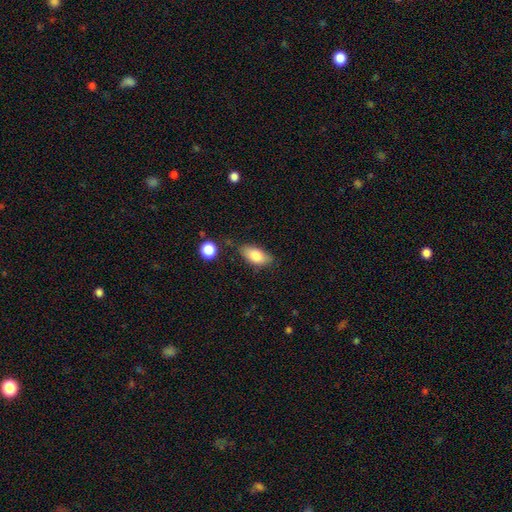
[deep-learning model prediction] smooth 81%, featured or disk 12%, star or artifact 7%. Down the decision tree: how rounded — in between (89%); merging — none (72%).